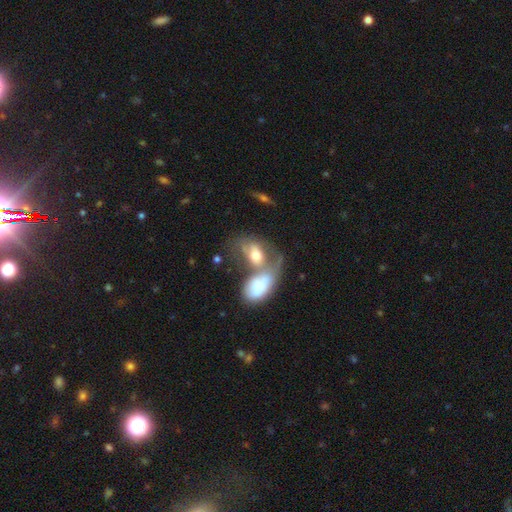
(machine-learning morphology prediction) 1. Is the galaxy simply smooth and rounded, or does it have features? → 49% smooth, 43% featured or disk, 8% star or artifact.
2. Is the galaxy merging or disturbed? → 58% merger, 16% none, 15% major disturbance, 11% minor disturbance.